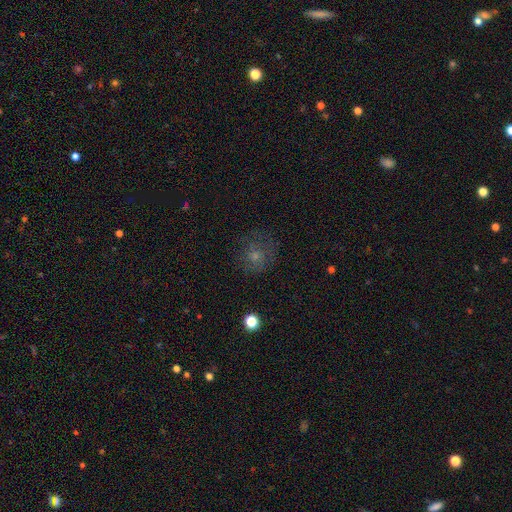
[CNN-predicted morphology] Q: Smooth or featured?
A: smooth (65%); runner-up: featured or disk (20%)
Q: How rounded?
A: round (84%); runner-up: in between (15%)
Q: Merging?
A: none (66%); runner-up: minor disturbance (19%)